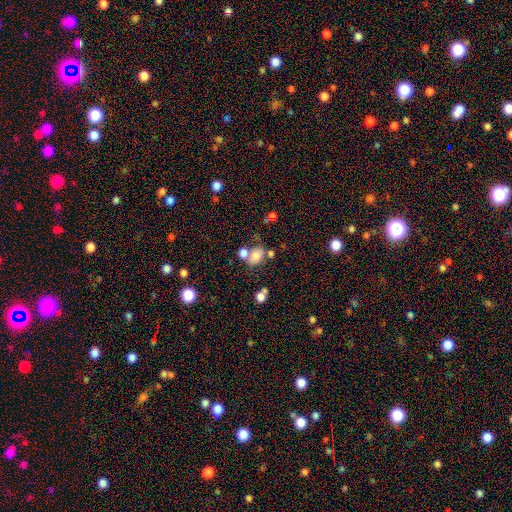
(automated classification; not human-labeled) A smooth galaxy with no disk features (70%) that is in between round and cigar-shaped (68%). Merging: none (43%).